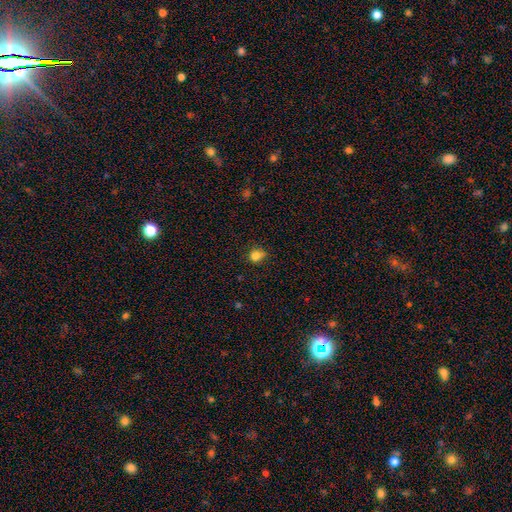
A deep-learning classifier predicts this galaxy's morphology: This is clearly a smooth galaxy (81%). How rounded: likely round (73%). Merging: likely none (66%).